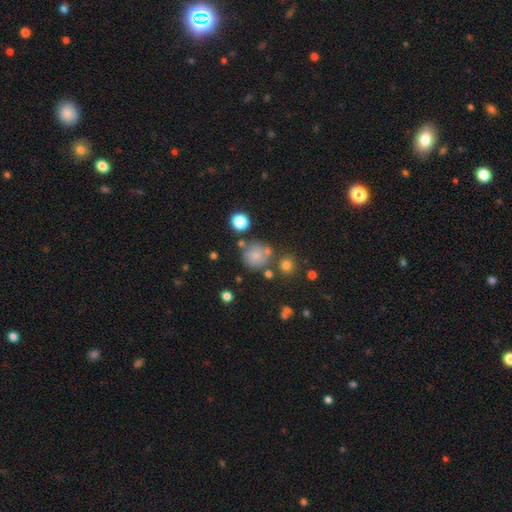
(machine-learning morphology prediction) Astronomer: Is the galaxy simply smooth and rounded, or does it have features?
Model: smooth — 73%.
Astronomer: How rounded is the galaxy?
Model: round — 90%.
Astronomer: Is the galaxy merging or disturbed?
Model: none — 65%.